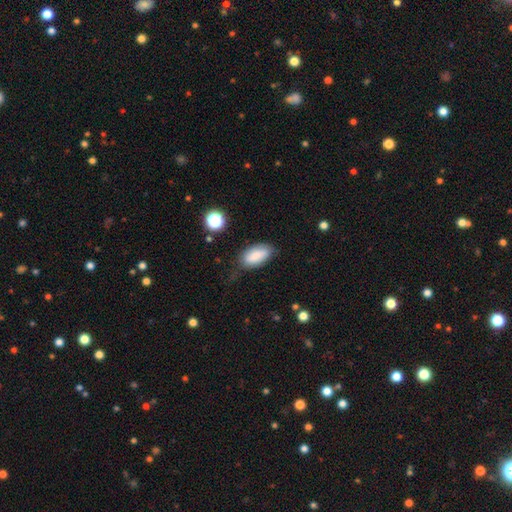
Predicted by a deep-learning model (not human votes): Smooth or featured? smooth (82%)
How rounded? in between (90%)
Merging? none (64%)